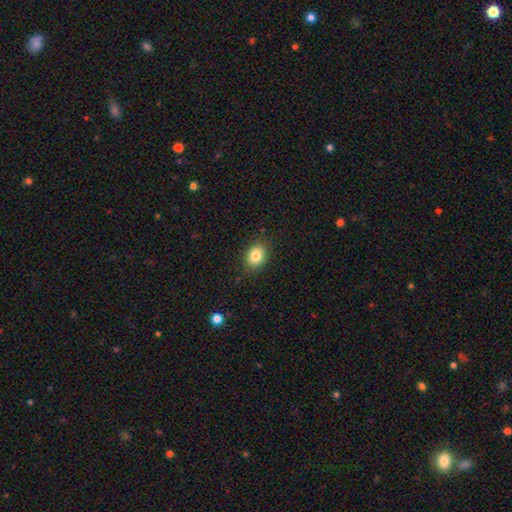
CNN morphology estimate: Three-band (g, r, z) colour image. It shows a smooth galaxy with no disk features (84%) that is in between round and cigar-shaped (63%). Merging: none (87%).